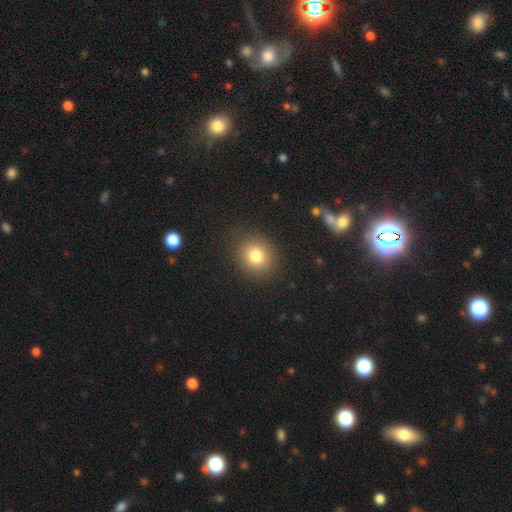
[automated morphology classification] Q: Smooth or featured?
A: smooth (80%); runner-up: star or artifact (12%)
Q: How rounded?
A: round (74%); runner-up: in between (25%)
Q: Merging?
A: none (87%); runner-up: minor disturbance (8%)